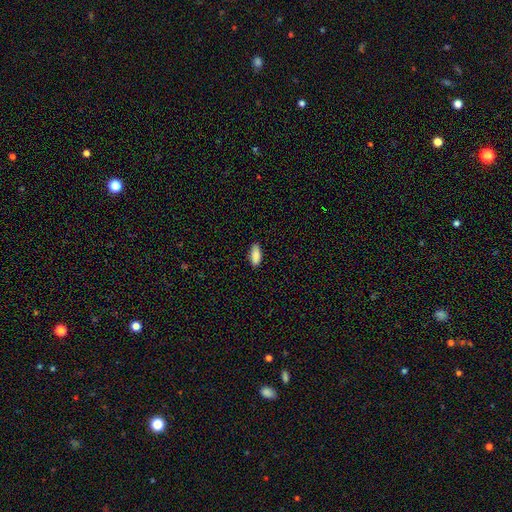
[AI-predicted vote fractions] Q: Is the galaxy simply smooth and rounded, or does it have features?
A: smooth — 89%.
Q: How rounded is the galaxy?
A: in between — 80%.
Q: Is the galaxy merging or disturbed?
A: none — 86%.